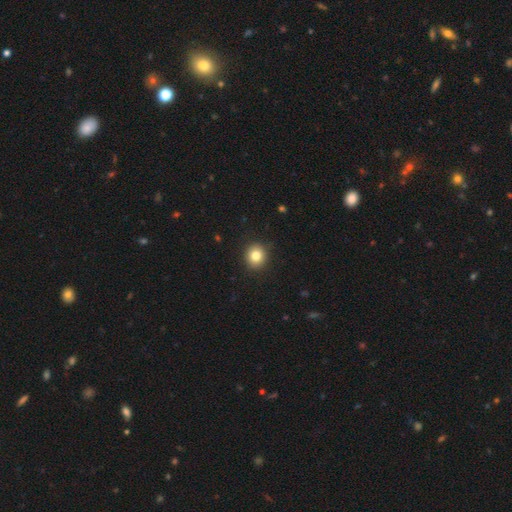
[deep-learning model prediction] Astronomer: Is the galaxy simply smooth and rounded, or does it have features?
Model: smooth — 82%.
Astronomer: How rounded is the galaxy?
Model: round — 84%.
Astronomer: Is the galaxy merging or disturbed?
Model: none — 91%.